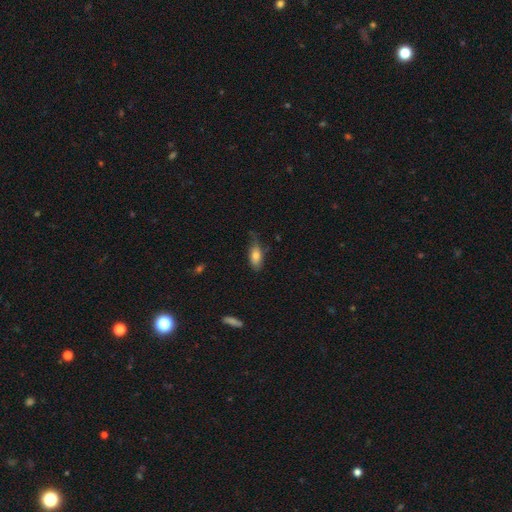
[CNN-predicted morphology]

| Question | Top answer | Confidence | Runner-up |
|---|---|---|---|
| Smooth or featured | smooth | 74% | featured or disk (19%) |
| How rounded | in between | 80% | cigar-shaped (17%) |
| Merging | none | 54% | minor disturbance (35%) |